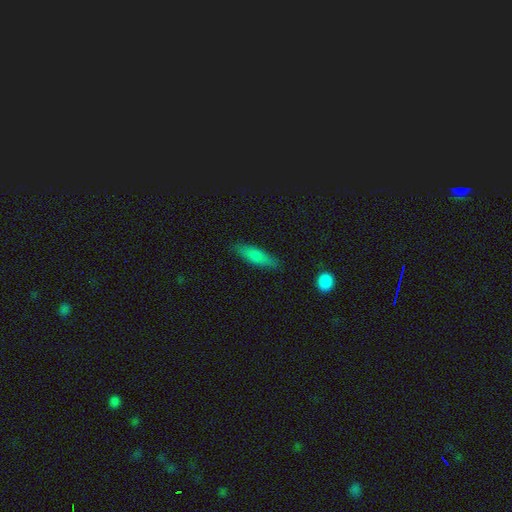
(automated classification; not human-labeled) Smooth or featured? smooth (78%)
How rounded? cigar-shaped (58%)
Merging? none (84%)